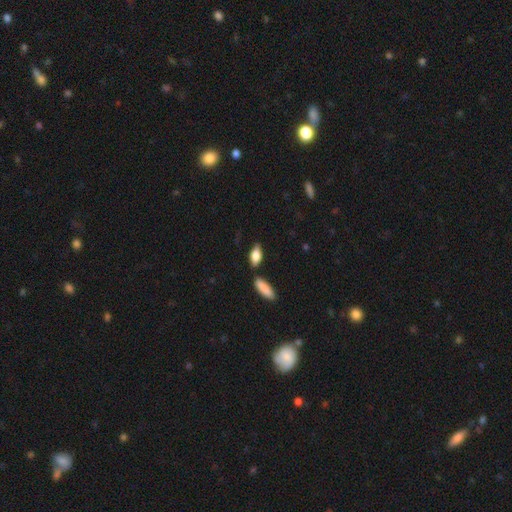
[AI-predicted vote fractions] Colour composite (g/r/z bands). It shows a smooth galaxy with no disk features (78%) that is in between round and cigar-shaped (79%). Merging: none (74%).